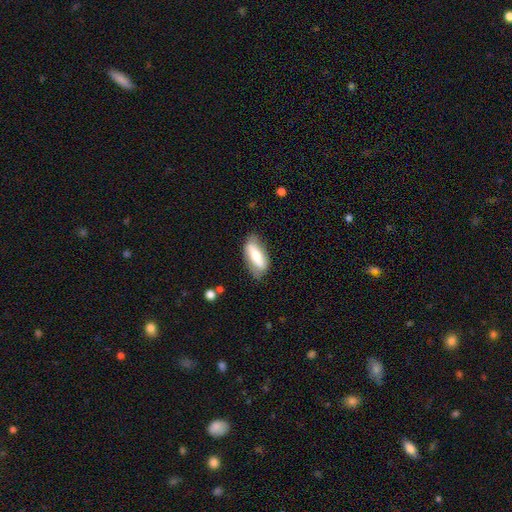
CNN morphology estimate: Smooth or featured? smooth (56%)
How rounded? in between (75%)
Merging? none (74%)